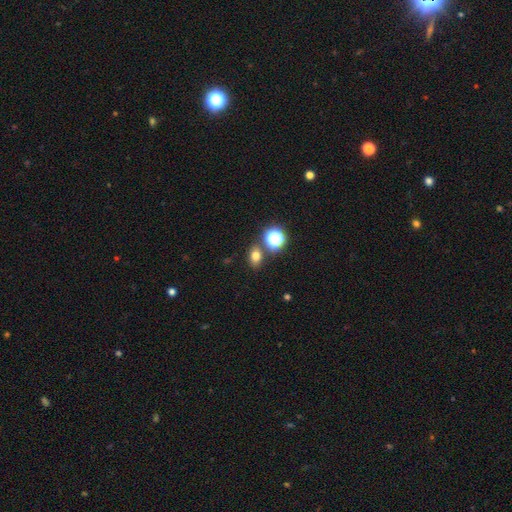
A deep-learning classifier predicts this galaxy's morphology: A smooth galaxy with no disk features (71%) that is in between round and cigar-shaped (62%).

Vote fractions:
- Smooth or featured? smooth: 71% / star or artifact: 19% / featured or disk: 9%
- How rounded? in between: 62% / round: 36% / cigar-shaped: 2%
- Merging? none: 77% / merger: 10% / minor disturbance: 10% / major disturbance: 3%